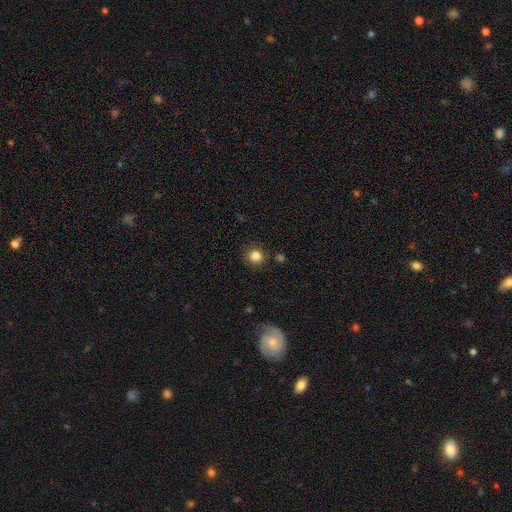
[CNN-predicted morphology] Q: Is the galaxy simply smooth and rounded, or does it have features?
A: smooth — 84%.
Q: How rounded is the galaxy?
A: round — 86%.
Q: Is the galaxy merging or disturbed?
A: none — 86%.